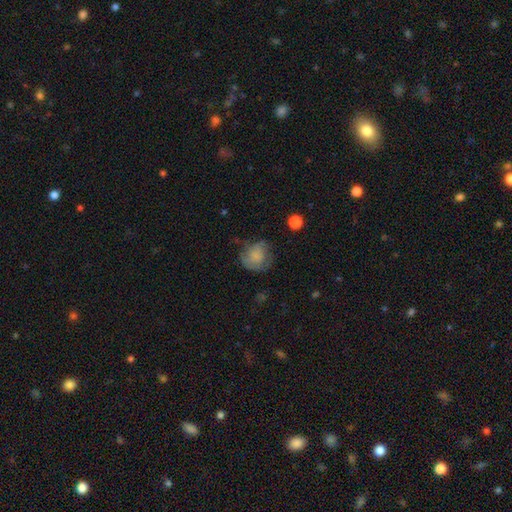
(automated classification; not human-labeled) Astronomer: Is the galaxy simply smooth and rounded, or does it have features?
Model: smooth — 63%.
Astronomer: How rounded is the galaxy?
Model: round — 75%.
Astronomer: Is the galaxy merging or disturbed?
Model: none — 50% (runner-up: minor disturbance, 28%).